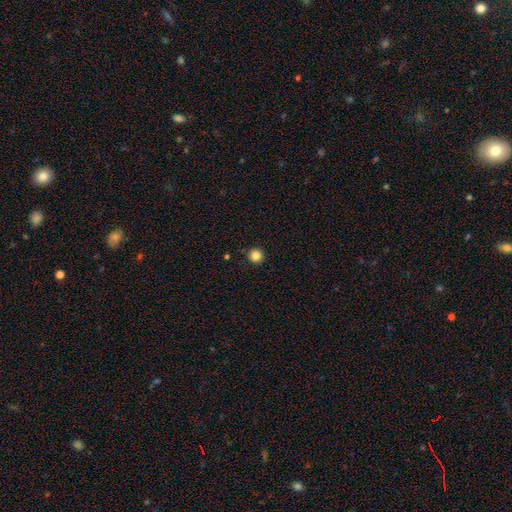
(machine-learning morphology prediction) This appears to be a smooth galaxy with no disk features (84%) that is round (96%). Merging: none (93%).